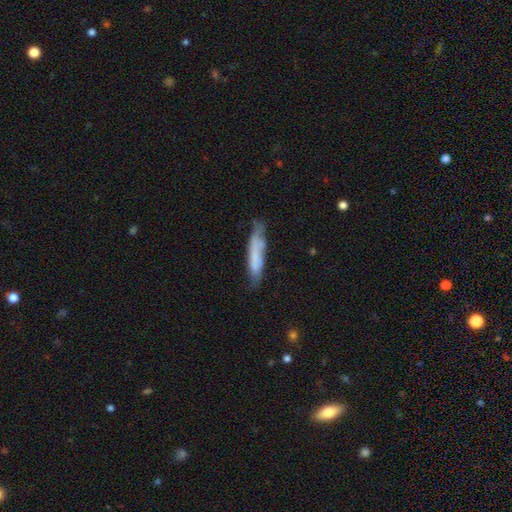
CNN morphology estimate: smooth_or_featured: smooth (p=0.58) [alt: featured or disk p=0.34]
how_rounded: cigar-shaped (p=0.83) [alt: in between p=0.15]
merging: none (p=0.59) [alt: minor disturbance p=0.28]